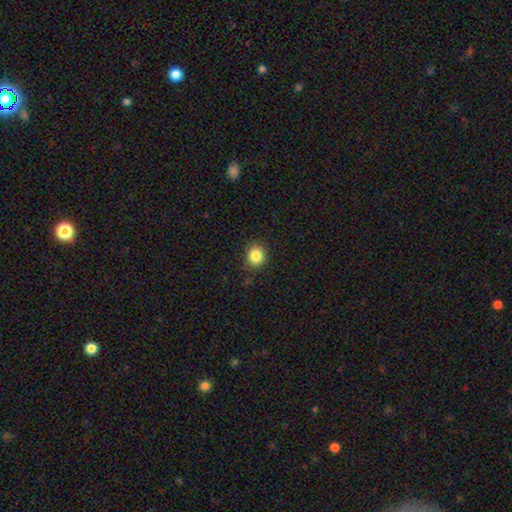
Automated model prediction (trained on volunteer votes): Smooth or featured? Predicted: smooth (p=0.85). How rounded? Predicted: round (p=0.78). Merging? Predicted: none (p=0.87).